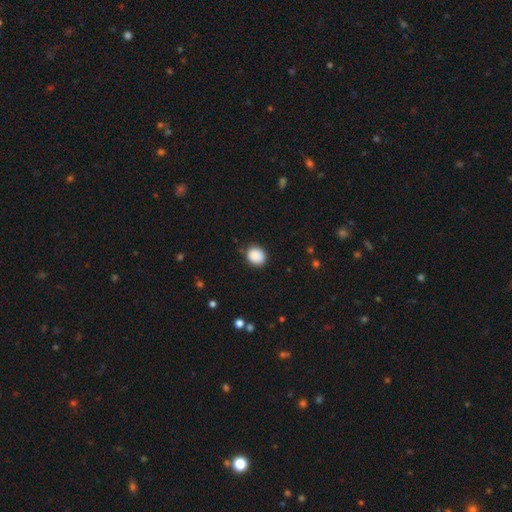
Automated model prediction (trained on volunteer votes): Smooth or featured? Predicted: smooth (p=0.89). How rounded? Predicted: round (p=0.71). Merging? Predicted: none (p=0.88).